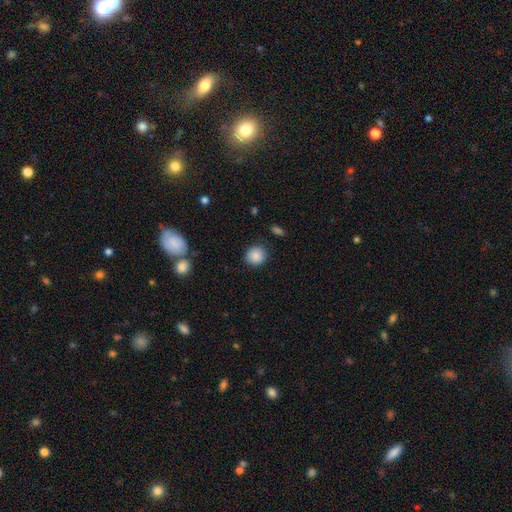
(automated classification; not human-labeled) Q: Smooth or featured?
A: smooth (87%); runner-up: star or artifact (8%)
Q: How rounded?
A: round (88%); runner-up: in between (11%)
Q: Merging?
A: none (86%); runner-up: minor disturbance (9%)